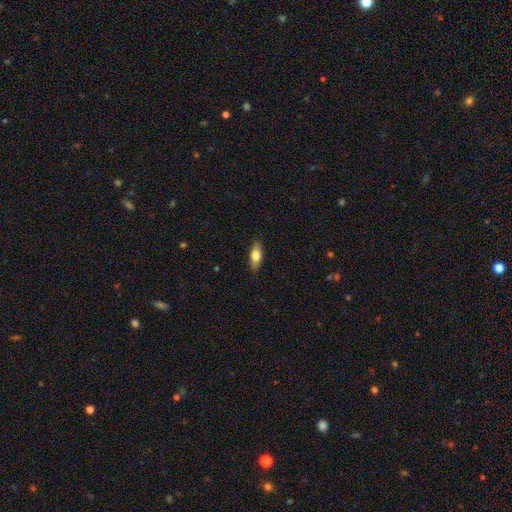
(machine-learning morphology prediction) type=smooth (70%); roundness=in between (67%); merging=none (88%).